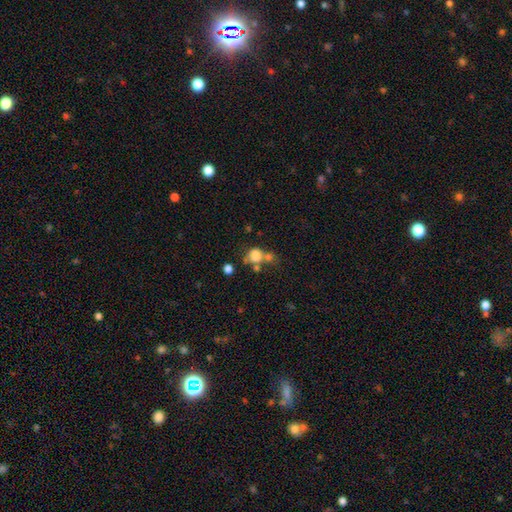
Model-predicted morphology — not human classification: smooth 77%, star or artifact 12%, featured or disk 11%. Down the decision tree: how rounded — round (76%); merging — merger (41%).